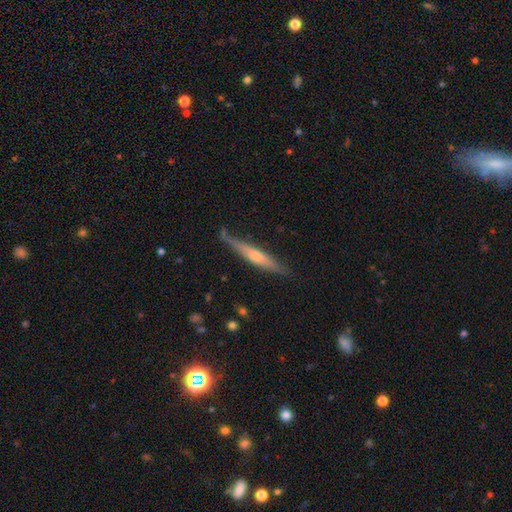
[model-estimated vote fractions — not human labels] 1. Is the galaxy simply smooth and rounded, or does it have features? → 55% featured or disk, 39% smooth, 6% star or artifact.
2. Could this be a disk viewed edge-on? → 95% yes, 5% no.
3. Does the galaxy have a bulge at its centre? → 58% rounded, 25% none, 17% boxy.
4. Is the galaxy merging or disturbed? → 74% none, 19% minor disturbance, 4% major disturbance, 3% merger.